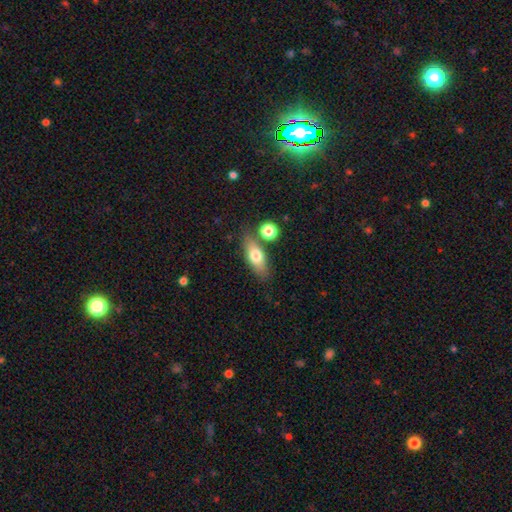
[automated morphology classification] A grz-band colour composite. It shows a smooth galaxy with no disk features (70%) that is in between round and cigar-shaped (68%). Merging: none (74%).